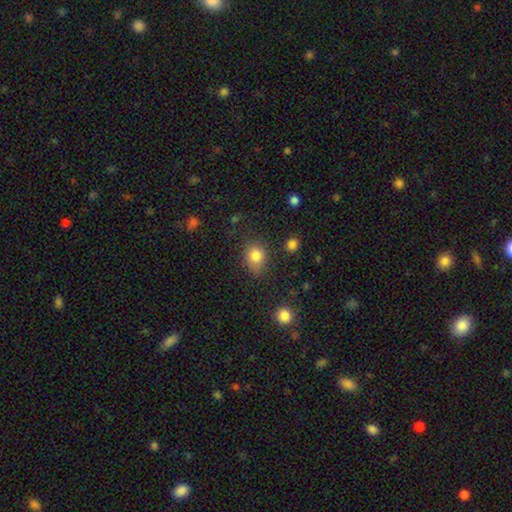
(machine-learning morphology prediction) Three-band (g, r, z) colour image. It shows a smooth galaxy with no disk features (81%) that is round (61%). Merging: none (66%).